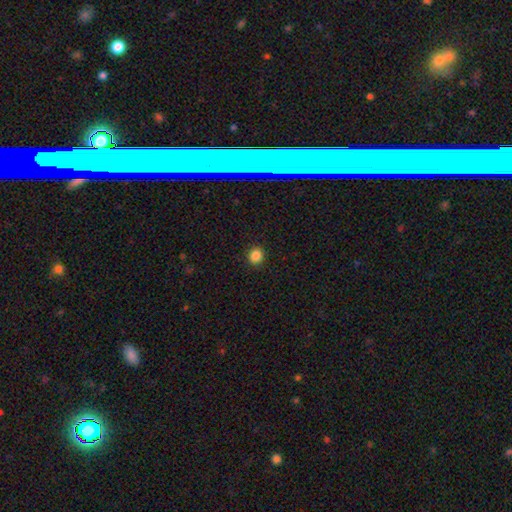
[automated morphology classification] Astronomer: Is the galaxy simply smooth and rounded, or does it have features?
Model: smooth — 84%.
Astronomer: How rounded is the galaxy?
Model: round — 87%.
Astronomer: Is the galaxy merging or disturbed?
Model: none — 92%.